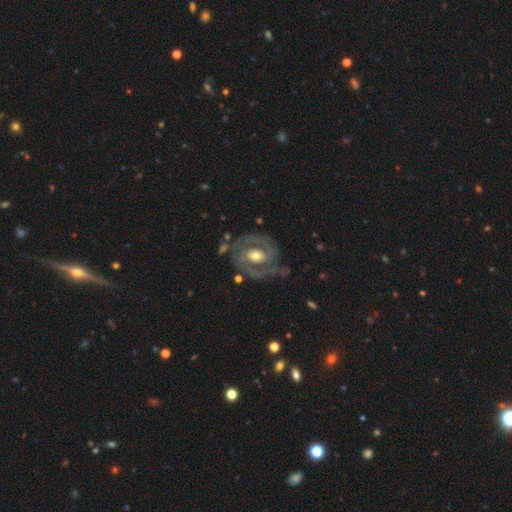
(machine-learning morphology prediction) A featured or disk galaxy (85%) with no bar (44%), 2 (77%) tight (51%) spiral arms (88%) and a moderate central bulge (73%). Merging: none (70%).